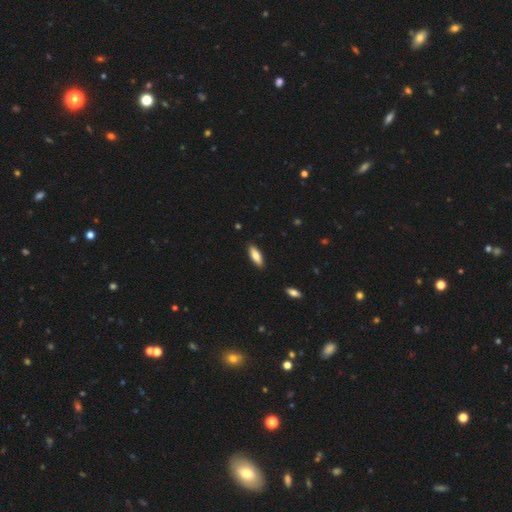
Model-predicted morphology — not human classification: Smooth or featured?
  - smooth: 81% *
  - featured or disk: 13%
  - star or artifact: 6%
How rounded?
  - in between: 62% *
  - cigar-shaped: 36%
  - round: 2%
Merging?
  - none: 88% *
  - minor disturbance: 9%
  - major disturbance: 2%
  - merger: 1%